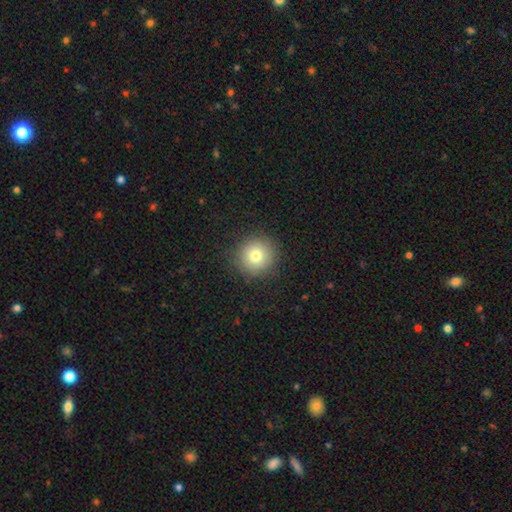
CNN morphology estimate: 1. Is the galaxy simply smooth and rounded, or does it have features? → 79% smooth, 11% star or artifact, 10% featured or disk.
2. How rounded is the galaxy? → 94% round, 5% in between, 1% cigar-shaped.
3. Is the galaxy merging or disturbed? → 89% none, 8% minor disturbance, 3% major disturbance, 1% merger.